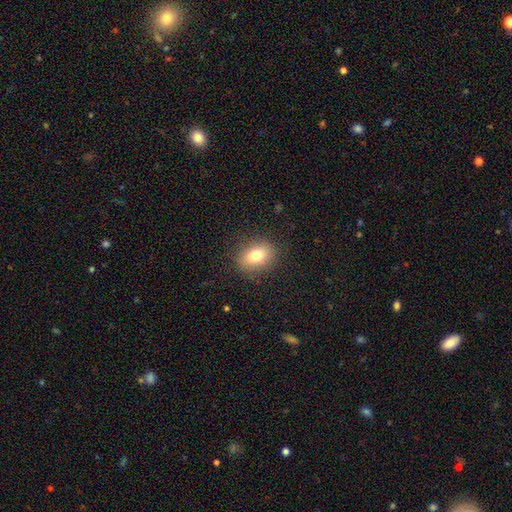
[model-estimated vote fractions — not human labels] Smooth or featured?
  - smooth: 76% *
  - featured or disk: 14%
  - star or artifact: 10%
How rounded?
  - in between: 66% *
  - round: 32%
  - cigar-shaped: 2%
Merging?
  - none: 86% *
  - minor disturbance: 9%
  - major disturbance: 3%
  - merger: 1%